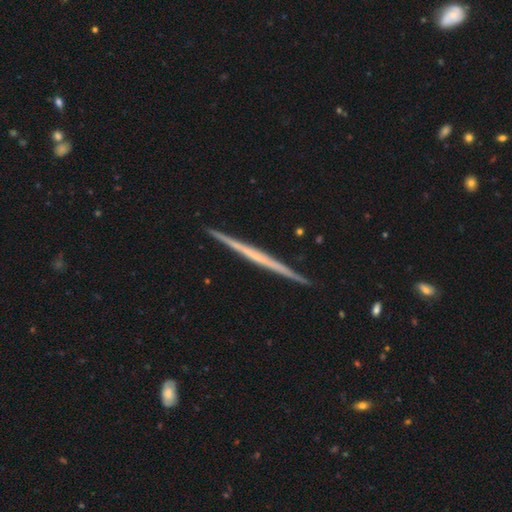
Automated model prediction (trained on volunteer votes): Smooth or featured? Predicted: featured or disk (p=0.69). Edge-on disk? Predicted: yes (p=0.98). Edge-on bulge? Predicted: none (p=0.88). Merging? Predicted: none (p=0.92).